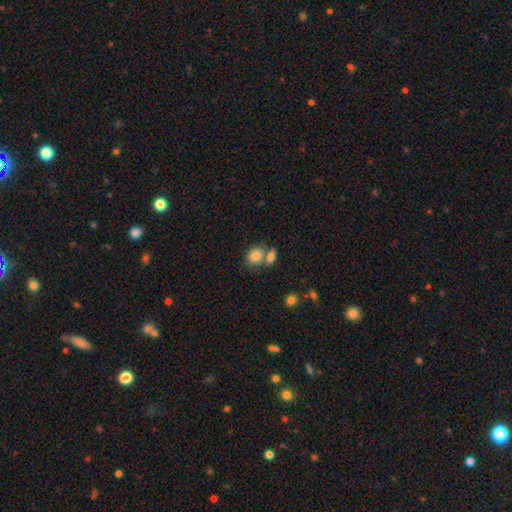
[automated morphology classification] smooth 83%, star or artifact 9%, featured or disk 8%. Down the decision tree: how rounded — round (54%); merging — none (45%).